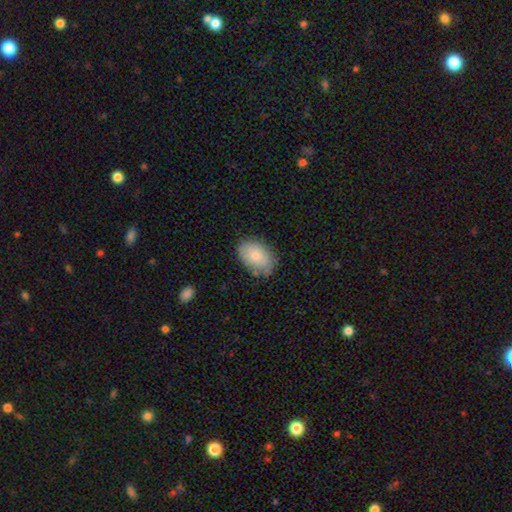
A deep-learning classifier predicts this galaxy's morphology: Q: Smooth or featured?
A: smooth (80%); runner-up: featured or disk (13%)
Q: How rounded?
A: in between (88%); runner-up: round (11%)
Q: Merging?
A: none (74%); runner-up: minor disturbance (20%)